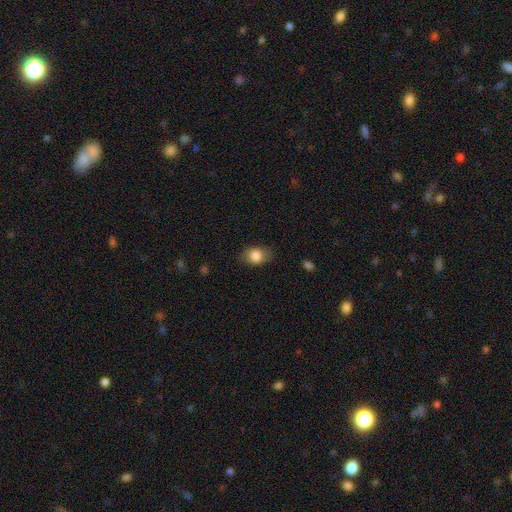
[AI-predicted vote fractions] Smooth or featured?
  - smooth: 82% *
  - featured or disk: 9%
  - star or artifact: 8%
How rounded?
  - in between: 69% *
  - round: 29%
  - cigar-shaped: 1%
Merging?
  - none: 79% *
  - minor disturbance: 16%
  - major disturbance: 4%
  - merger: 1%